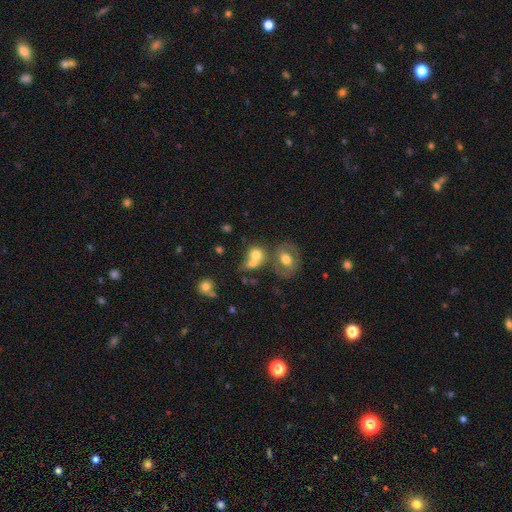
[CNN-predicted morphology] Overall: smooth (71%). How rounded: round (68%; in between 31%). Merging: merger (51%; none 33%).